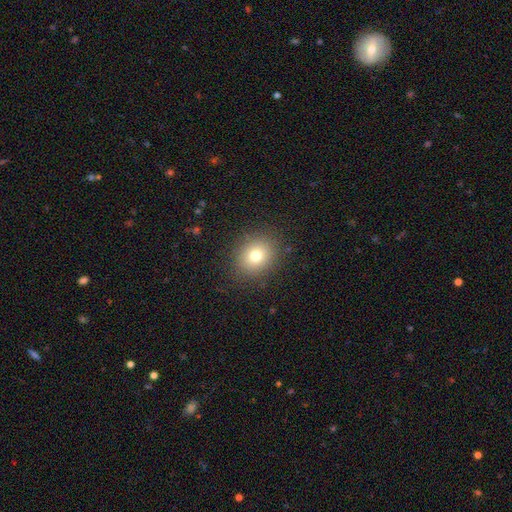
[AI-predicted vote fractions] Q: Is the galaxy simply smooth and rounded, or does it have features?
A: smooth — 76%.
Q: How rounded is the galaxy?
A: round — 72%.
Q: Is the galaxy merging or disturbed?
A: none — 88%.